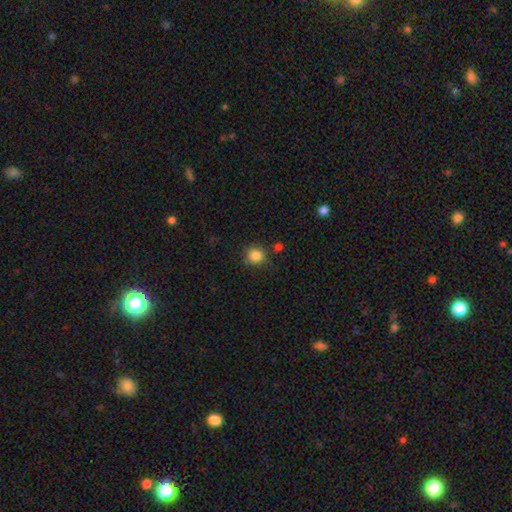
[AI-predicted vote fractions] smooth 85%, star or artifact 11%, featured or disk 4%. Down the decision tree: how rounded — round (91%); merging — none (82%).